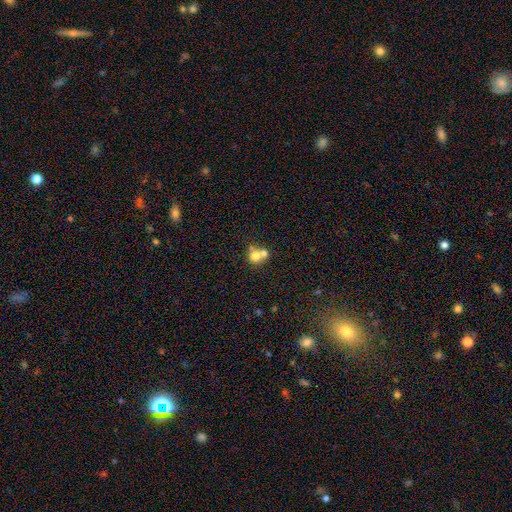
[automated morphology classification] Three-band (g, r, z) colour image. It shows a smooth galaxy with no disk features (71%) that is round (84%). Merging: merger (56%).